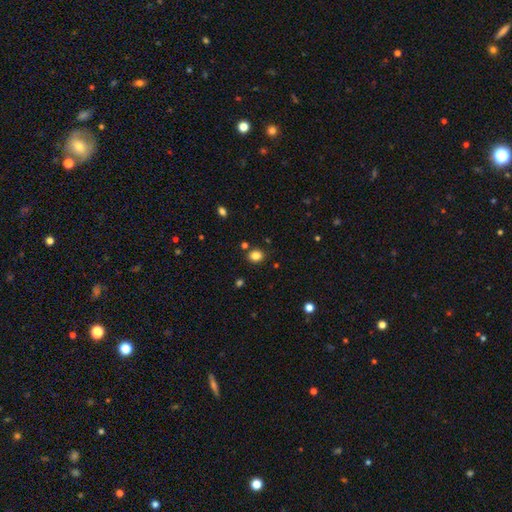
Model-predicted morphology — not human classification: Smooth or featured? smooth (83%)
How rounded? round (66%)
Merging? none (86%)